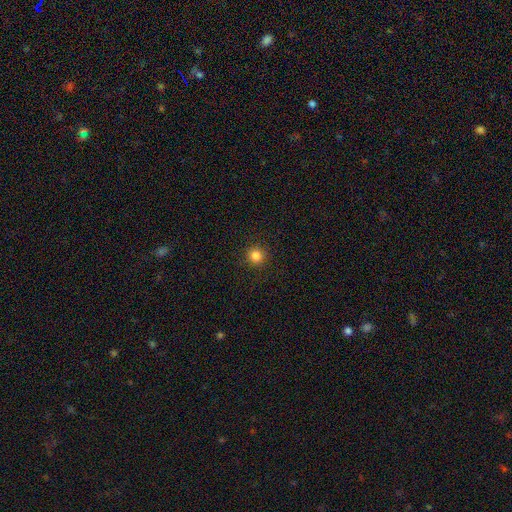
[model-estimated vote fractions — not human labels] The model was most divided on "smooth or featured": smooth: 83%, star or artifact: 13%, featured or disk: 4%. More confident: how rounded — round (95%); merging — none (92%).